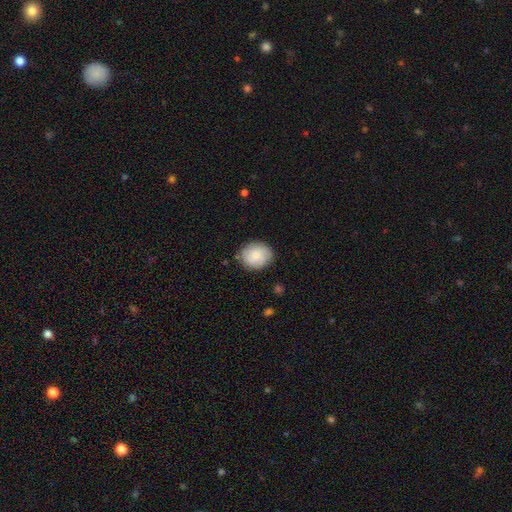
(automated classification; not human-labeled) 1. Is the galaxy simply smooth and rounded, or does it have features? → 80% smooth, 13% featured or disk, 7% star or artifact.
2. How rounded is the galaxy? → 65% round, 34% in between, 1% cigar-shaped.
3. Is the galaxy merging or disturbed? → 81% none, 14% minor disturbance, 3% major disturbance, 2% merger.